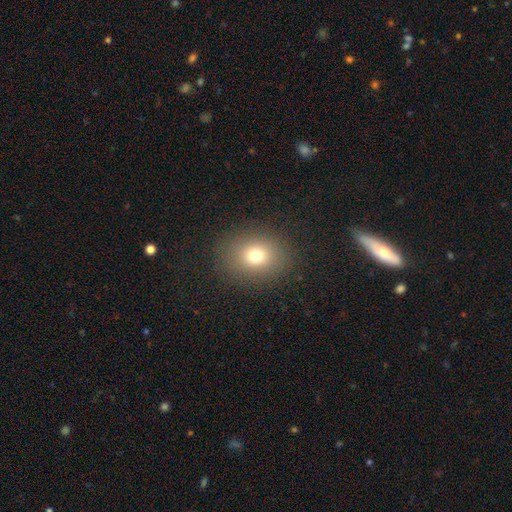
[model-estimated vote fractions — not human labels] smooth-or-featured: smooth: 74% | star or artifact: 15% | featured or disk: 11%
  how-rounded: round: 59% | in between: 41% | cigar-shaped: 1%
  merging: none: 87% | minor disturbance: 8% | major disturbance: 4% | merger: 1%